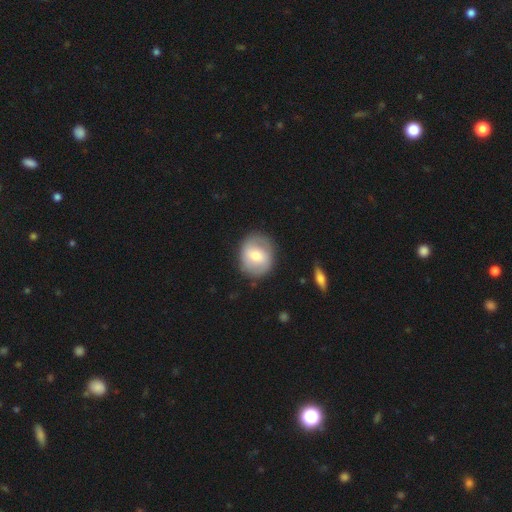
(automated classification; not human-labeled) smooth 56%, featured or disk 38%, star or artifact 7%. Down the decision tree: how rounded — round (73%); merging — none (82%).